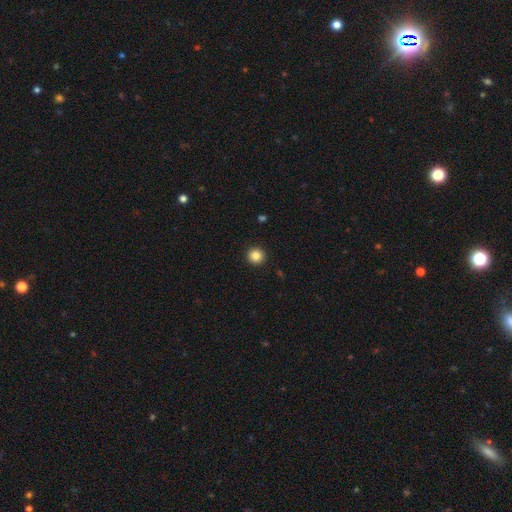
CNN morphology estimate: Smooth or featured?
  - smooth: 85% *
  - star or artifact: 11%
  - featured or disk: 4%
How rounded?
  - round: 95% *
  - in between: 4%
  - cigar-shaped: 1%
Merging?
  - none: 93% *
  - minor disturbance: 4%
  - major disturbance: 2%
  - merger: 1%